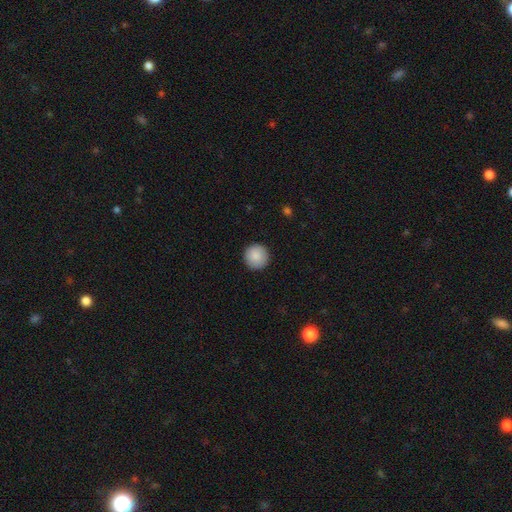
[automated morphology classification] type=smooth (88%); roundness=round (96%); merging=none (92%).